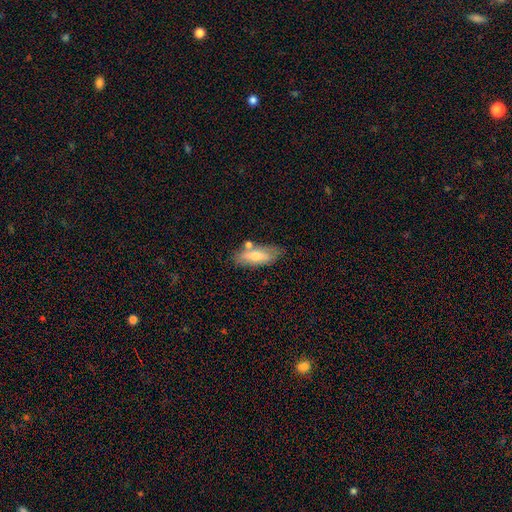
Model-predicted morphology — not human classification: smooth 62%, featured or disk 32%, star or artifact 7%. Down the decision tree: how rounded — in between (68%); merging — none (65%).